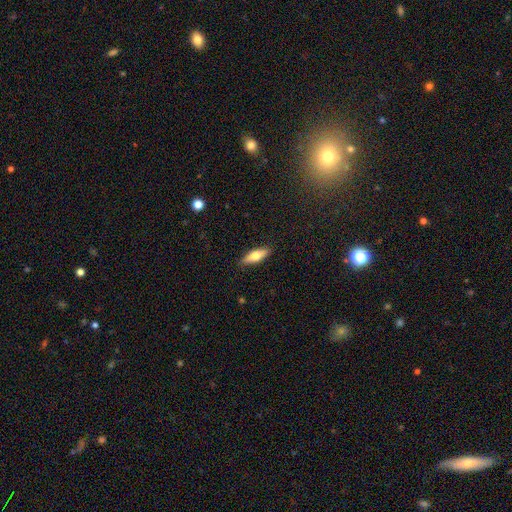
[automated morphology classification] smooth-or-featured: smooth: 63% | featured or disk: 31% | star or artifact: 6%
  how-rounded: in between: 52% | cigar-shaped: 46% | round: 2%
  merging: none: 89% | minor disturbance: 8% | major disturbance: 2% | merger: 1%